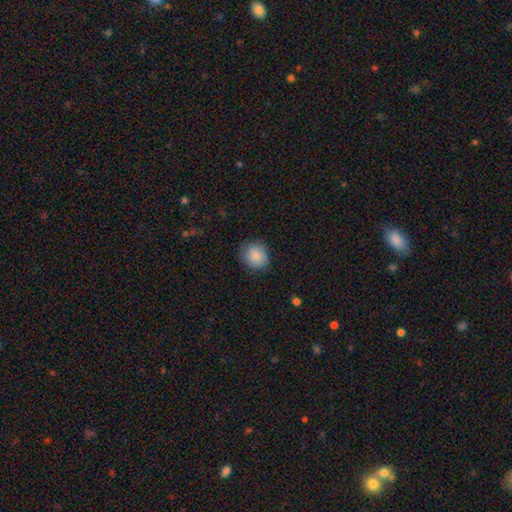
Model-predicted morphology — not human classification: A smooth galaxy with no disk features (87%) that is round (84%).

Vote fractions:
- Smooth or featured? smooth: 87% / star or artifact: 8% / featured or disk: 5%
- How rounded? round: 84% / in between: 15% / cigar-shaped: 1%
- Merging? none: 82% / minor disturbance: 14% / major disturbance: 3% / merger: 1%